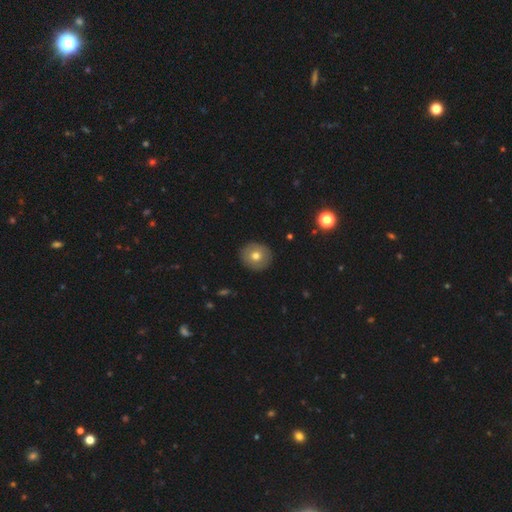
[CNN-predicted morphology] smooth-or-featured: smooth: 69% | featured or disk: 23% | star or artifact: 8%
  how-rounded: round: 86% | in between: 13% | cigar-shaped: 1%
  merging: none: 91% | minor disturbance: 7% | major disturbance: 2% | merger: 1%